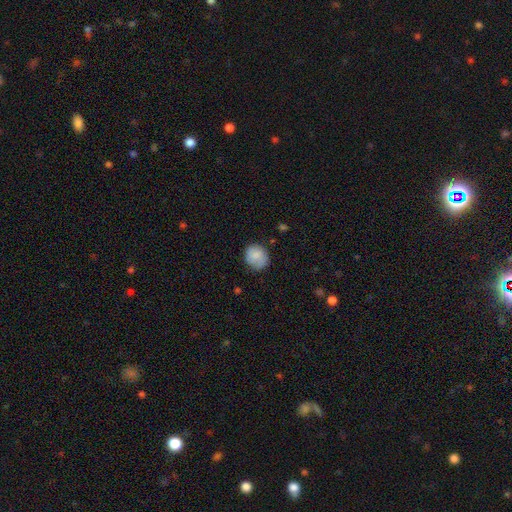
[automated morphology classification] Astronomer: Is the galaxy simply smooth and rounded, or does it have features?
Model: smooth — 83%.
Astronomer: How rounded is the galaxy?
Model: round — 74%.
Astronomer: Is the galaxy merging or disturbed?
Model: none — 73%.